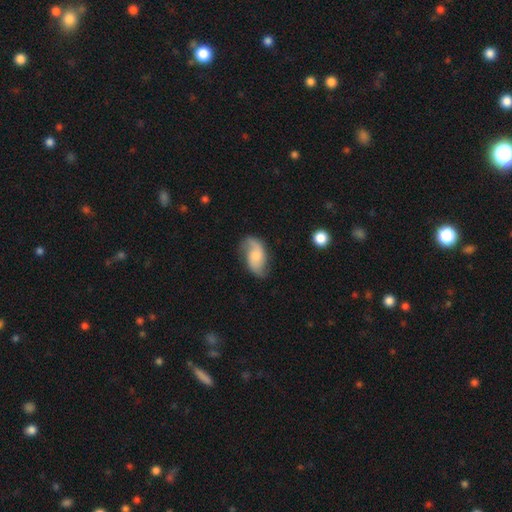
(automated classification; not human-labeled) This is likely a featured or disk galaxy (68%). It is clearly not viewed edge-on (97%). Bar: possibly no (59%). Spiral arm pattern: clearly yes (94%). Spiral arm count: clearly 2 (88%). Spiral winding: possibly loose (59%). Central bulge: marginally moderate (33%). Merging: likely none (70%).